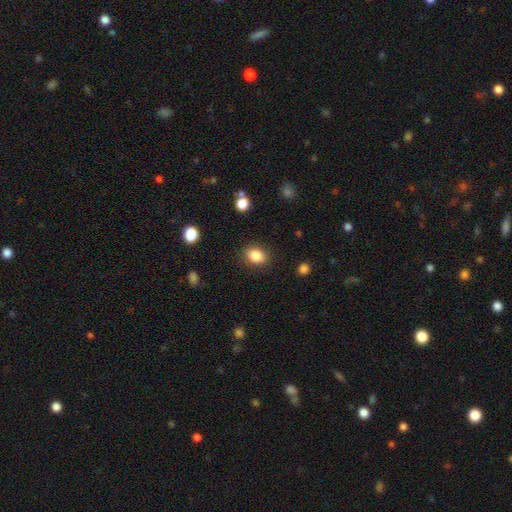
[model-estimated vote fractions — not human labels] Smooth or featured?
  - smooth: 86% *
  - star or artifact: 9%
  - featured or disk: 5%
How rounded?
  - in between: 64% *
  - round: 35%
  - cigar-shaped: 1%
Merging?
  - none: 86% *
  - minor disturbance: 10%
  - major disturbance: 3%
  - merger: 1%